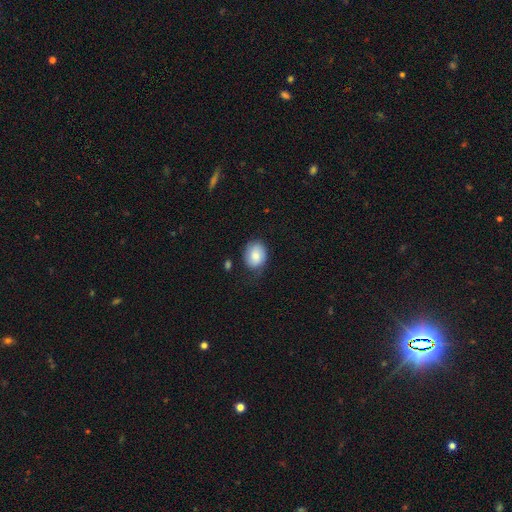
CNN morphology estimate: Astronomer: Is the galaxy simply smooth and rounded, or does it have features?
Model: smooth — 81%.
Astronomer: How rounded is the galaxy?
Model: in between — 57% (runner-up: round, 42%).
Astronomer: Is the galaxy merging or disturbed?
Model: none — 65%.